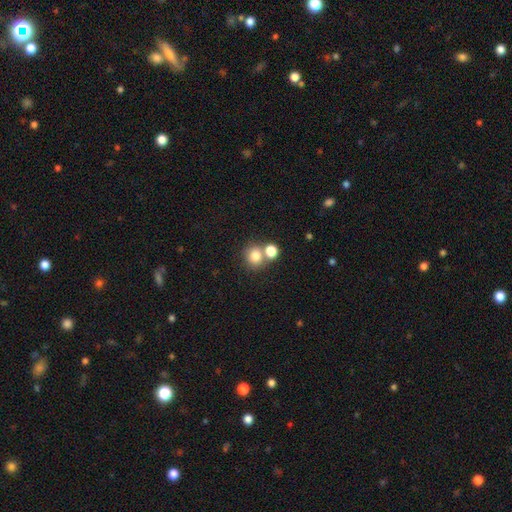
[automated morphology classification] Q: Smooth or featured?
A: smooth (79%); runner-up: star or artifact (12%)
Q: How rounded?
A: round (84%); runner-up: in between (15%)
Q: Merging?
A: none (55%); runner-up: merger (35%)